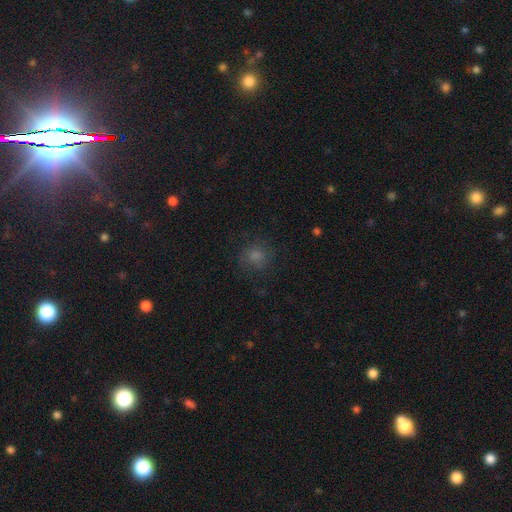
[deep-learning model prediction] This appears to be a smooth galaxy with no disk features (60%) that is round (86%). Merging: none (80%).